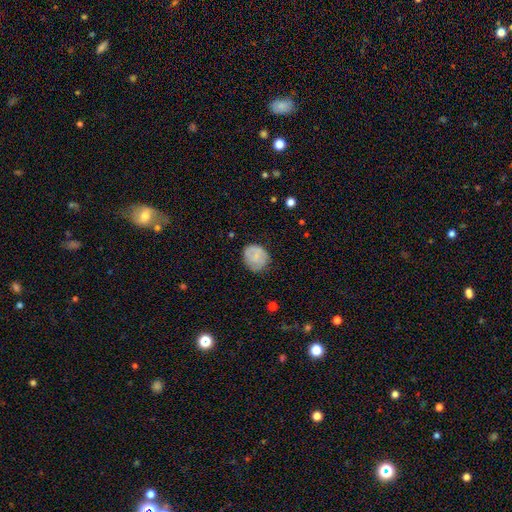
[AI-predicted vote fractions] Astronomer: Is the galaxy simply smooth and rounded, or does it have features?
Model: smooth — 69%.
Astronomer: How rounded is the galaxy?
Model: round — 71%.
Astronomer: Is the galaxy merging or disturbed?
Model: none — 71%.